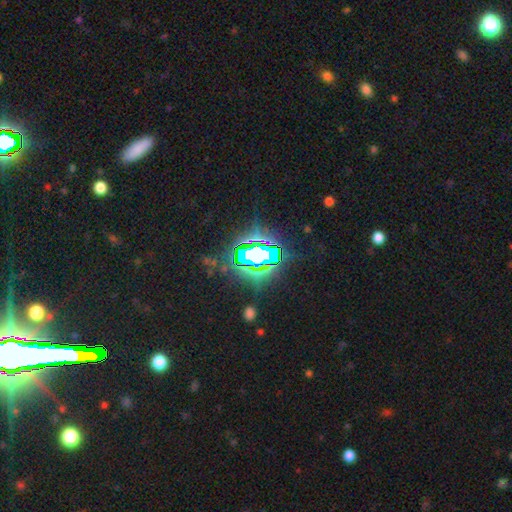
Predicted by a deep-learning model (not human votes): Smooth or featured: star or artifact — 73% (featured or disk — 14%)